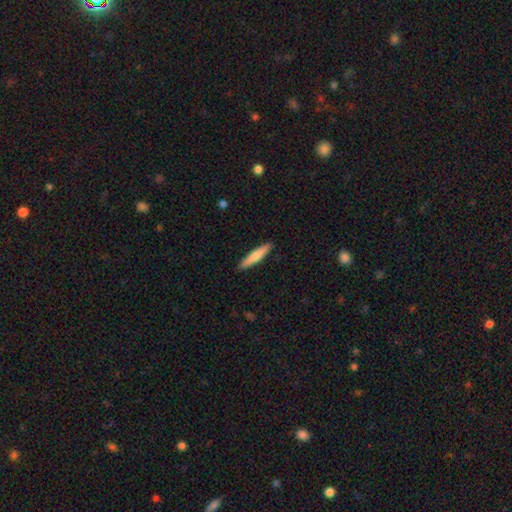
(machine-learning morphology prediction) smooth 67%, featured or disk 28%, star or artifact 5%. Down the decision tree: how rounded — cigar-shaped (91%); merging — none (91%).